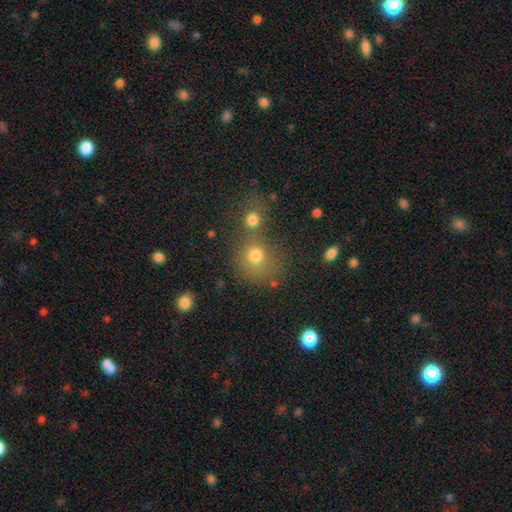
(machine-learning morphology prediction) smooth 74%, star or artifact 16%, featured or disk 10%. Down the decision tree: how rounded — round (81%); merging — none (49%).